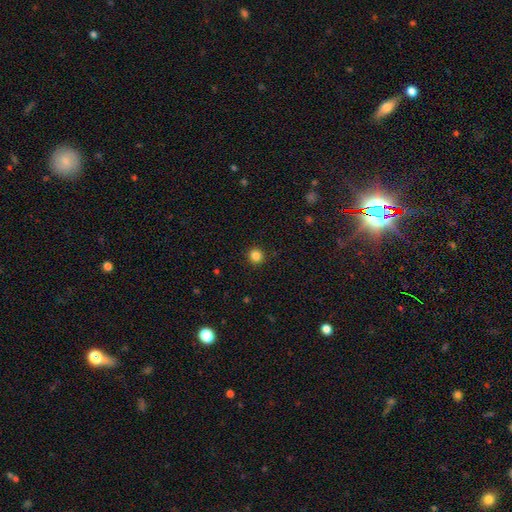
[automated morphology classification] Q: Smooth or featured?
A: smooth (85%); runner-up: star or artifact (12%)
Q: How rounded?
A: round (90%); runner-up: in between (9%)
Q: Merging?
A: none (91%); runner-up: minor disturbance (6%)